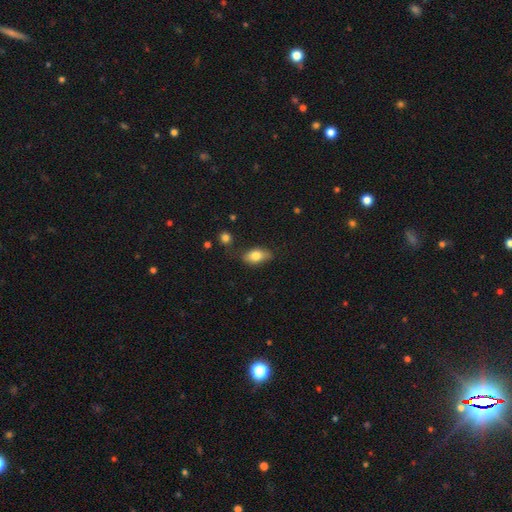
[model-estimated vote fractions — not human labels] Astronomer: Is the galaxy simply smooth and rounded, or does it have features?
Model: smooth — 78%.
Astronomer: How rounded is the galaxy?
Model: in between — 88%.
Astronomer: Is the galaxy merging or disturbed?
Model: none — 72%.